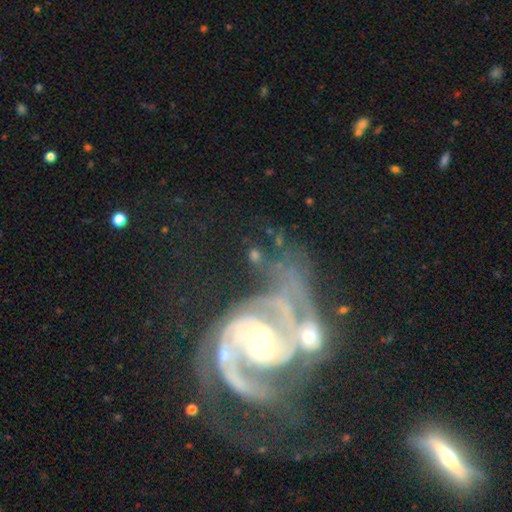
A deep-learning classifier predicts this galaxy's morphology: Overall: featured or disk (68%). Edge-on disk: no (93%). Bar: no (40%; weak 35%). Spiral arms: yes (83%). Spiral arm count: 2 (49%; can't tell 23%). Spiral winding: tight (43%; medium 39%). Bulge size: moderate (55%; small 31%). Merging: none (35%; merger 31%).